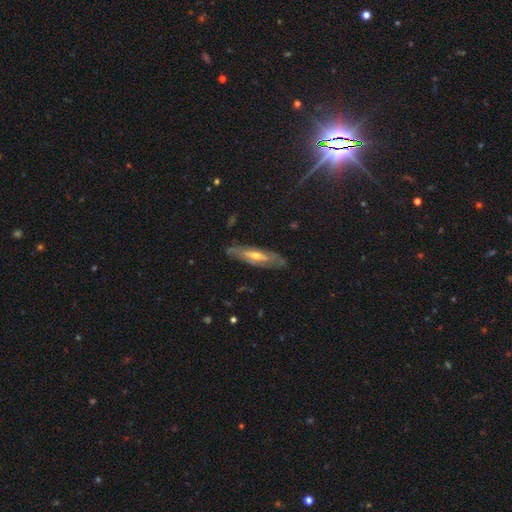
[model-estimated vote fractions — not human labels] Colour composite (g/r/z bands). It shows a featured or disk galaxy (71%). Merging: none (80%).